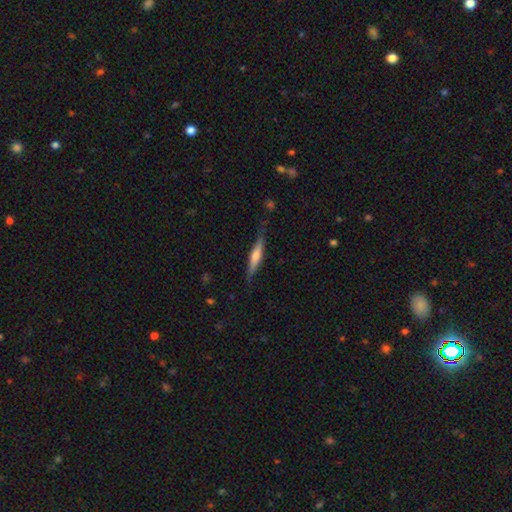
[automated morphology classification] type=featured or disk (50%); edge-on=yes (95%); merging=none (81%).